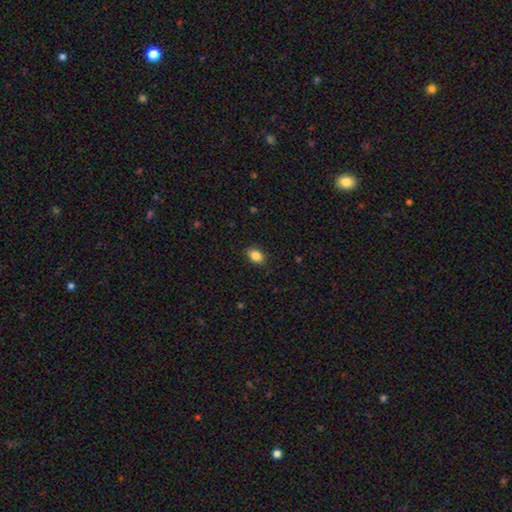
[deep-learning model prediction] Smooth or featured: smooth — 86% (star or artifact — 9%)
How rounded: in between — 79% (round — 20%)
Merging: none — 88% (minor disturbance — 9%)